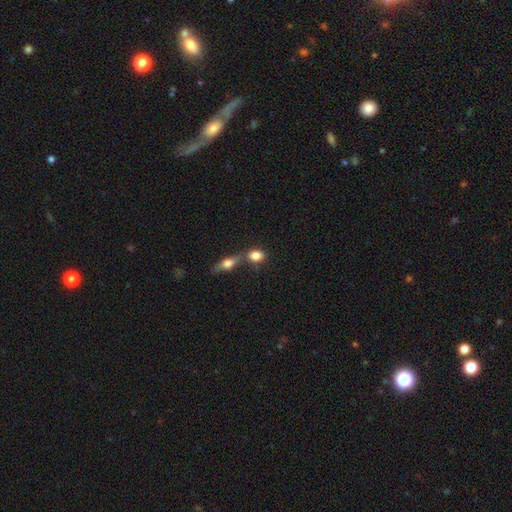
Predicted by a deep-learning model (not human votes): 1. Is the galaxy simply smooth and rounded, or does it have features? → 81% smooth, 10% featured or disk, 8% star or artifact.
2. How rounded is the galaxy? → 71% in between, 24% round, 4% cigar-shaped.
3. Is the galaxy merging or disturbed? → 43% none, 41% merger, 11% minor disturbance, 5% major disturbance.